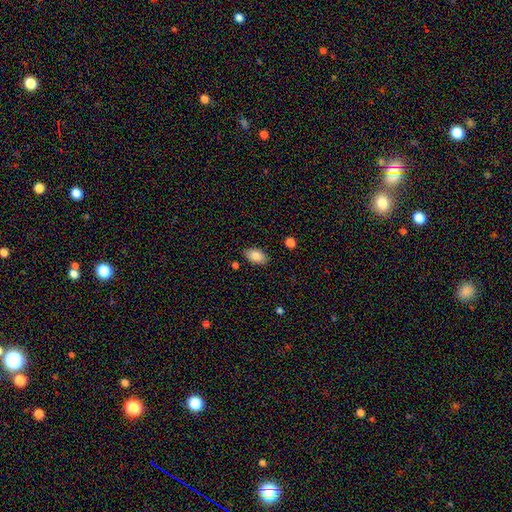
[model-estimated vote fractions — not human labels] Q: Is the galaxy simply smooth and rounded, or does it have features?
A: smooth — 85%.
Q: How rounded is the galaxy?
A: in between — 92%.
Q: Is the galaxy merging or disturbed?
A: none — 85%.